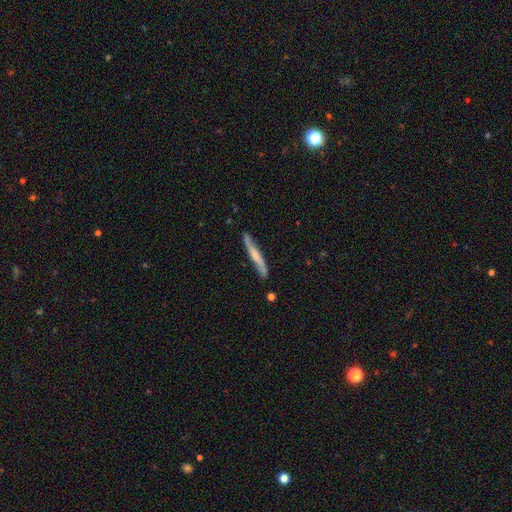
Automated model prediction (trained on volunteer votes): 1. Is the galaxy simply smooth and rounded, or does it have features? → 53% featured or disk, 41% smooth, 5% star or artifact.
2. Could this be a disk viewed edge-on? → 77% yes, 23% no.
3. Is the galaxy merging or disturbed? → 78% none, 17% minor disturbance, 3% major disturbance, 2% merger.